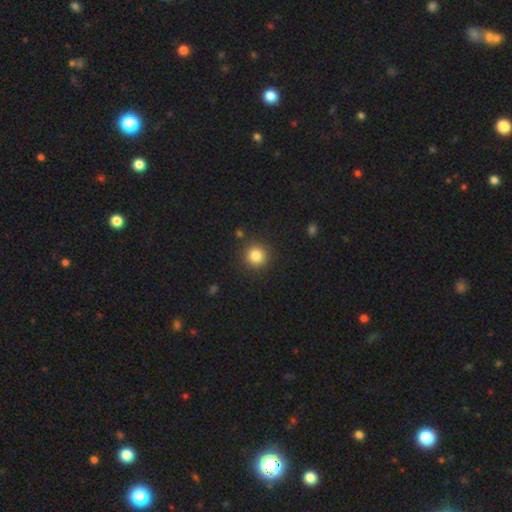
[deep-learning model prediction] smooth_or_featured: smooth (p=0.84) [alt: star or artifact p=0.11]
how_rounded: round (p=0.93) [alt: in between p=0.06]
merging: none (p=0.88) [alt: minor disturbance p=0.07]